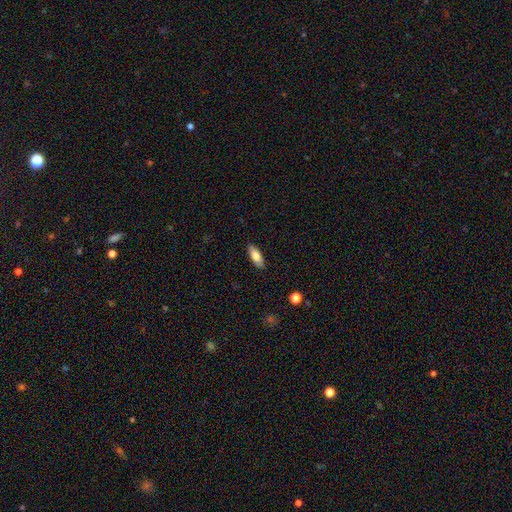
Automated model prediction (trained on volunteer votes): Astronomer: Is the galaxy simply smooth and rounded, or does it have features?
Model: smooth — 77%.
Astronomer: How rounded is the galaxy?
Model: in between — 73%.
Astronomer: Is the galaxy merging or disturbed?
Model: none — 88%.